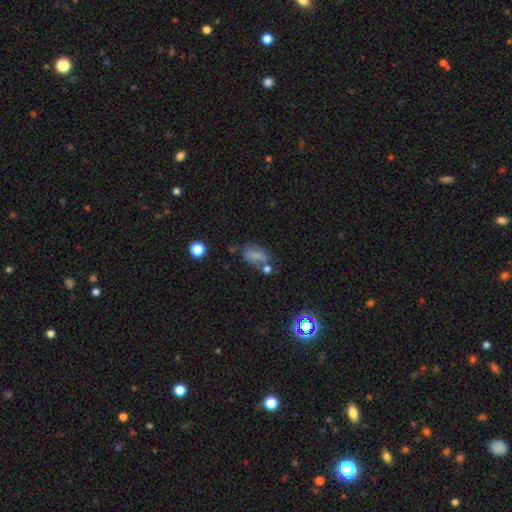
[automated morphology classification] Smooth or featured? Predicted: smooth (p=0.63). How rounded? Predicted: in between (p=0.85). Merging? Predicted: none (p=0.41).